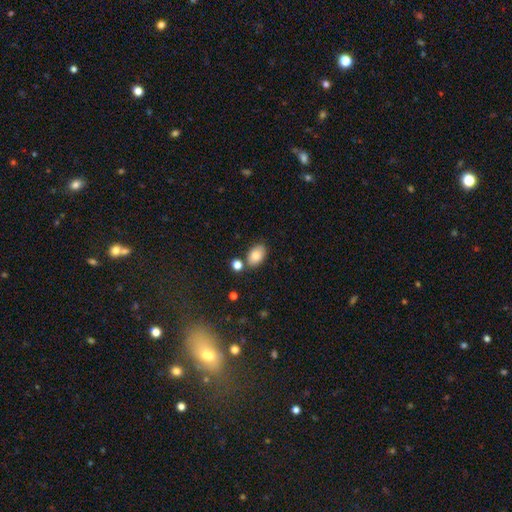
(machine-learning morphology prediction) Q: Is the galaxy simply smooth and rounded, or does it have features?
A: smooth — 83%.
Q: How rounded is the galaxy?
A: in between — 89%.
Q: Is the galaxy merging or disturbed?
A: none — 75%.